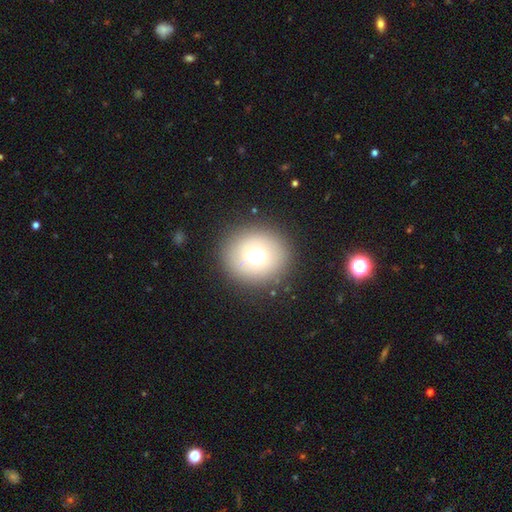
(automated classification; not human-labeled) smooth-or-featured: smooth: 67% | star or artifact: 17% | featured or disk: 16%
  how-rounded: round: 86% | in between: 13% | cigar-shaped: 1%
  merging: none: 86% | minor disturbance: 8% | major disturbance: 5% | merger: 2%